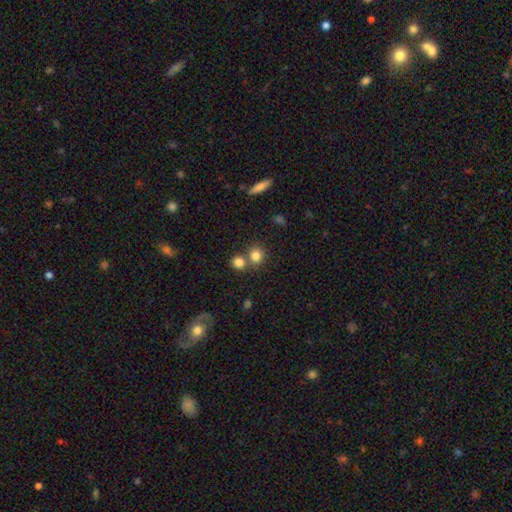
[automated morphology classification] Smooth or featured: smooth — 81% (star or artifact — 12%)
How rounded: round — 84% (in between — 15%)
Merging: none — 59% (merger — 31%)